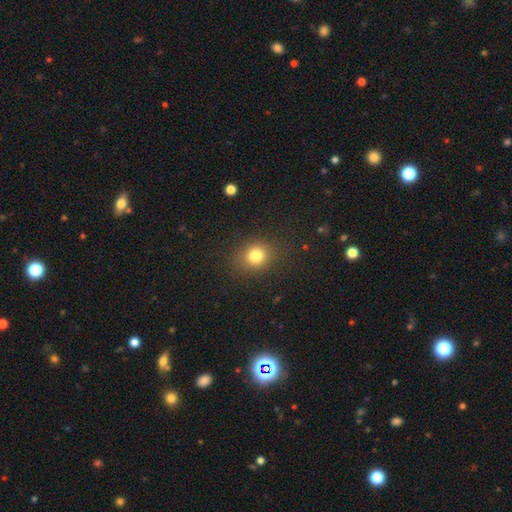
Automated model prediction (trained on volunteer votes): The model was most divided on "how rounded": round: 71%, in between: 28%, cigar-shaped: 1%. More confident: merging — none (85%); smooth or featured — smooth (80%).